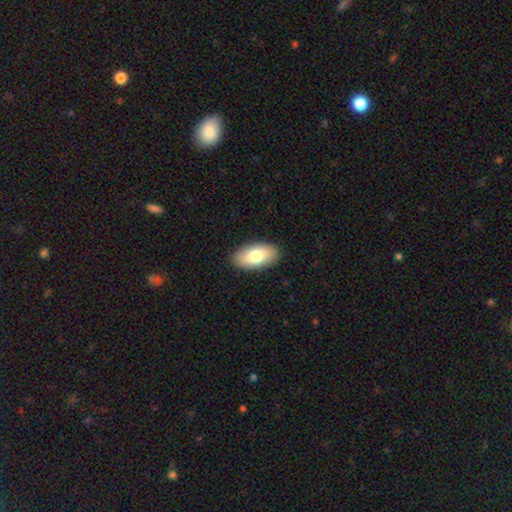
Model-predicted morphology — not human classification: smooth 79%, featured or disk 15%, star or artifact 6%. Down the decision tree: how rounded — in between (95%); merging — none (90%).